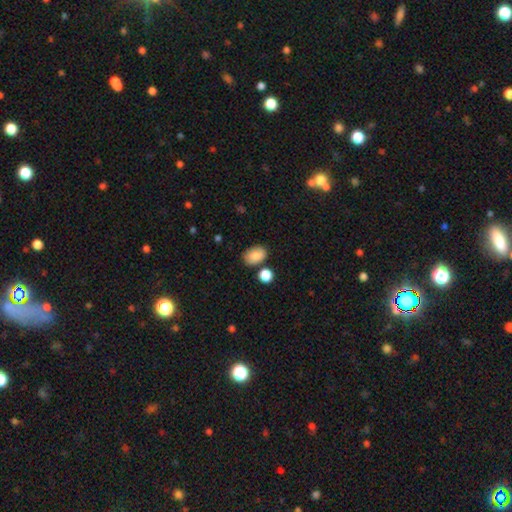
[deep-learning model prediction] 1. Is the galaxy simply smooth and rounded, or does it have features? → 86% smooth, 8% star or artifact, 6% featured or disk.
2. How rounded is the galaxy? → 83% in between, 16% round, 1% cigar-shaped.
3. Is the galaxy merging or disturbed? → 75% none, 14% minor disturbance, 7% merger, 4% major disturbance.